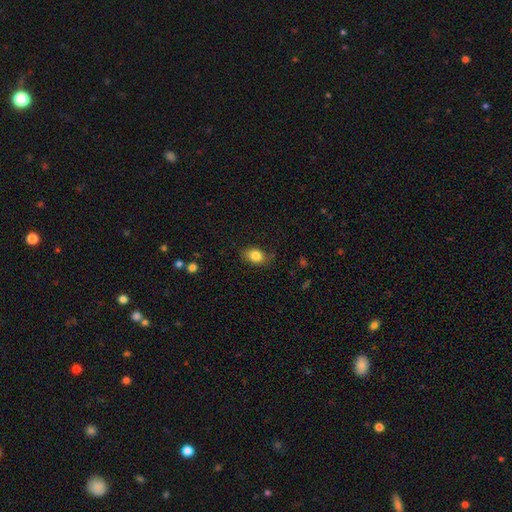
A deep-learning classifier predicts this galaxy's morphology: The model was most divided on "how rounded": in between: 71%, round: 28%, cigar-shaped: 1%. More confident: smooth or featured — smooth (84%); merging — none (76%).